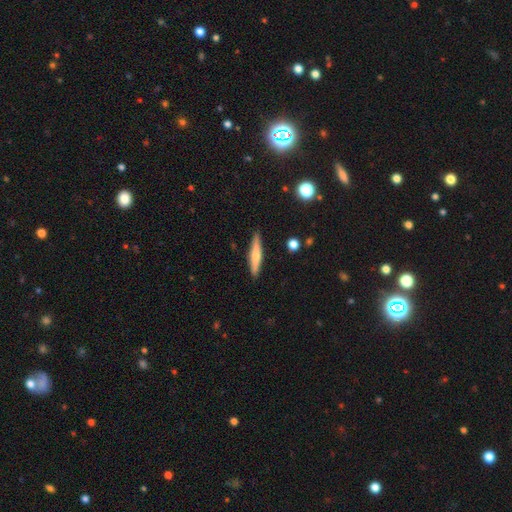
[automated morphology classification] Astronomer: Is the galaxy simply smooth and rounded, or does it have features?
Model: smooth — 54% (runner-up: featured or disk, 40%).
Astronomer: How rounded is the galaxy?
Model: cigar-shaped — 88%.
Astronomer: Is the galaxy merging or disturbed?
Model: none — 89%.